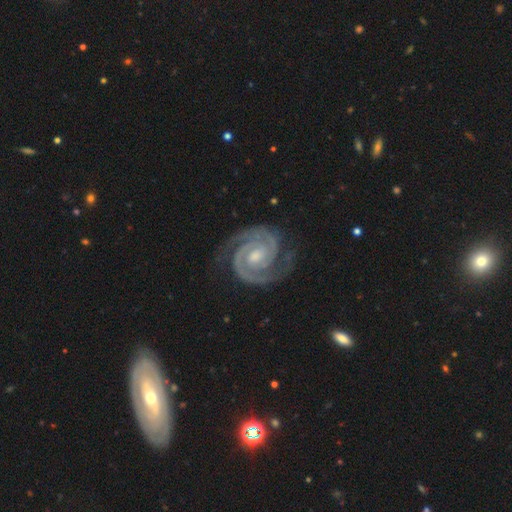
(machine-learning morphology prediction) type=featured or disk (94%); edge-on=no (98%); bar=no (52%); spiral arms=yes (99%); winding=tight (73%); arm count=2 (90%); bulge=moderate (56%); merging=none (80%).